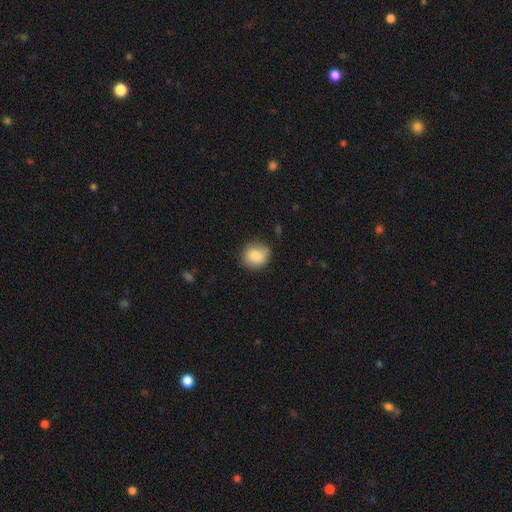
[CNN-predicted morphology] Smooth or featured: smooth — 84% (featured or disk — 8%)
How rounded: round — 77% (in between — 22%)
Merging: none — 76% (minor disturbance — 19%)